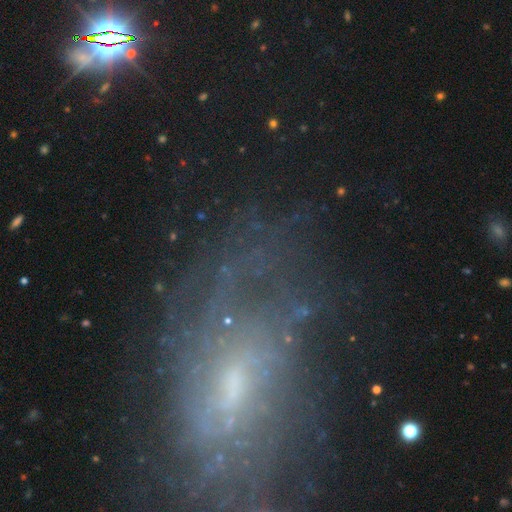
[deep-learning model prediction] Overall: featured or disk (61%; star or artifact 22%). Edge-on disk: no (92%). Bar: no (54%; weak 34%). Spiral arms: yes (56%; no 44%). Bulge size: small (45%; moderate 29%). Merging: none (54%; major disturbance 24%).